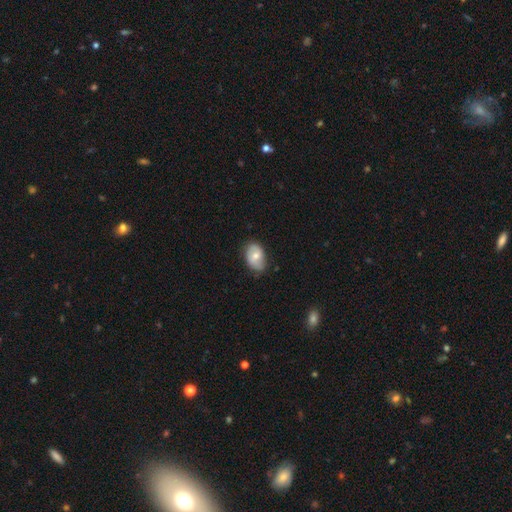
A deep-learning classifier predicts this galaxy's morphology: Overall: smooth (59%; featured or disk 34%). How rounded: in between (85%). Merging: none (72%).